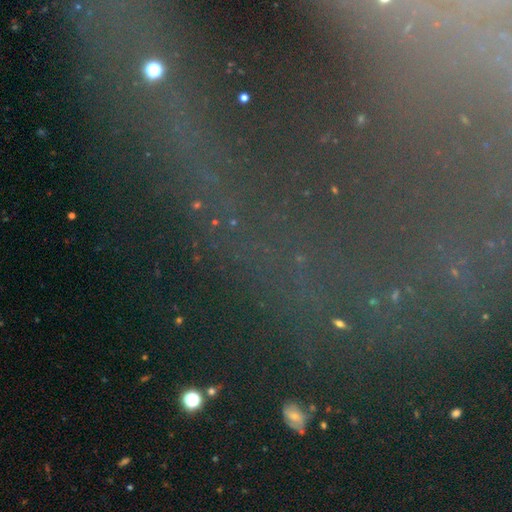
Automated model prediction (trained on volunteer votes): This is likely a star or artifact rather than a galaxy (69%).